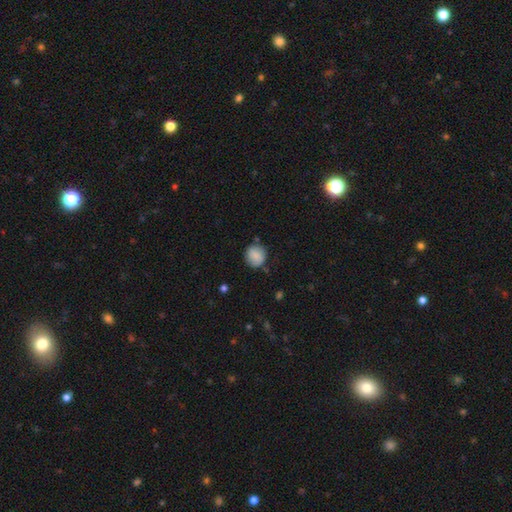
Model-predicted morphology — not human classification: This appears to be a smooth galaxy with no disk features (83%) that is round (85%). Merging: none (78%).